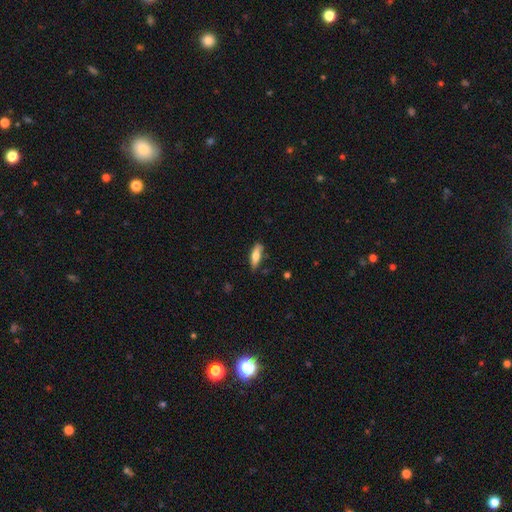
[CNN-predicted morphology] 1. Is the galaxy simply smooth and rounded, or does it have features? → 68% smooth, 26% featured or disk, 6% star or artifact.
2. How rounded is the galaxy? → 50% in between, 47% cigar-shaped, 2% round.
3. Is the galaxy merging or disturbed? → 70% none, 23% minor disturbance, 4% major disturbance, 3% merger.